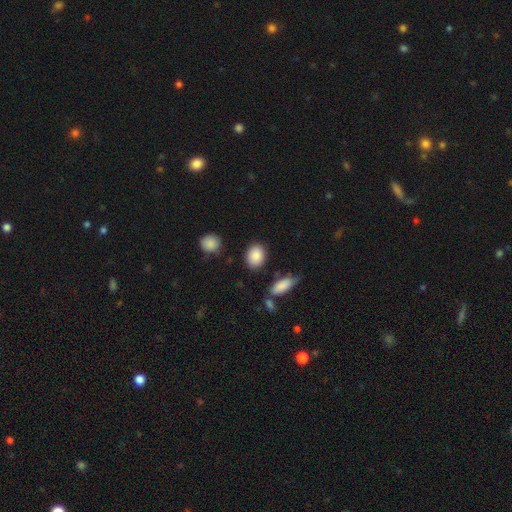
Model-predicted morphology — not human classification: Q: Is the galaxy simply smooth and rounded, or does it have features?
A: smooth — 88%.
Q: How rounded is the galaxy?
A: in between — 67%.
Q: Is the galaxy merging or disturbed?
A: none — 83%.